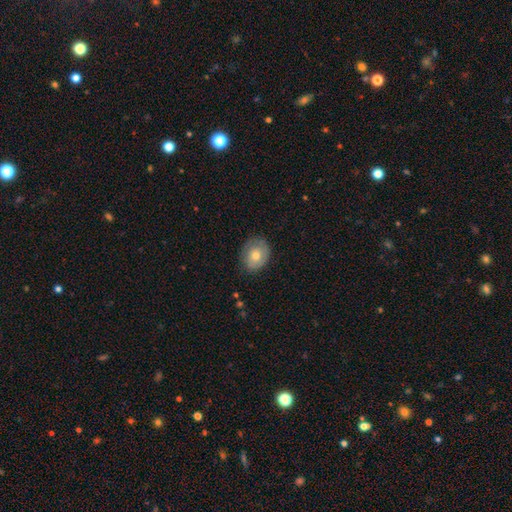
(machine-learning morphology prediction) A smooth galaxy with no disk features (62%) that is round (52%). Merging: none (77%).